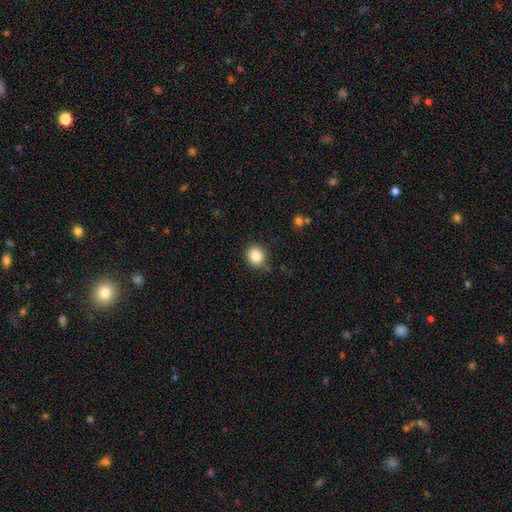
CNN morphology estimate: Smooth or featured?
  - smooth: 85% *
  - star or artifact: 10%
  - featured or disk: 5%
How rounded?
  - round: 79% *
  - in between: 20%
  - cigar-shaped: 1%
Merging?
  - none: 85% *
  - minor disturbance: 11%
  - major disturbance: 3%
  - merger: 2%